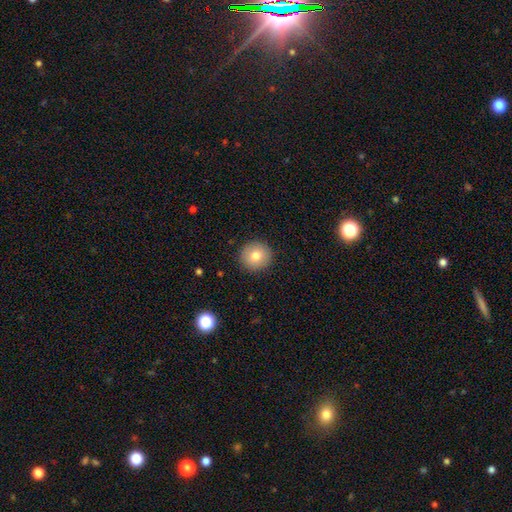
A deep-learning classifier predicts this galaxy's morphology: smooth 78%, featured or disk 13%, star or artifact 9%. Down the decision tree: how rounded — round (93%); merging — none (91%).